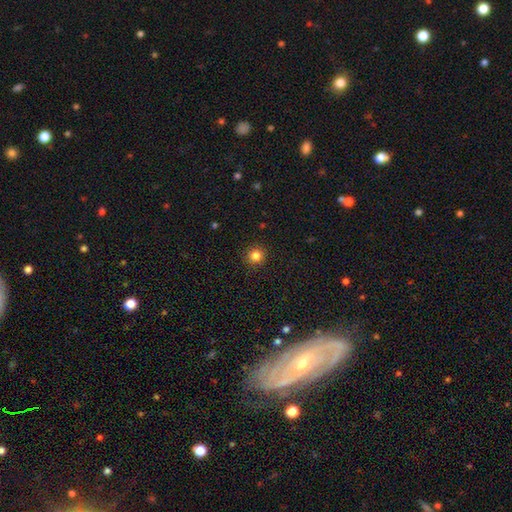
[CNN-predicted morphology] Overall: smooth (84%). How rounded: round (94%). Merging: none (92%).